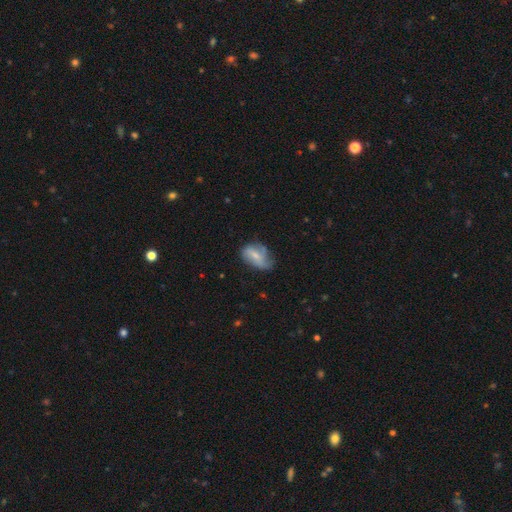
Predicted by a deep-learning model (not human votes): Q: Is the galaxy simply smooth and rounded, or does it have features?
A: smooth — 50%.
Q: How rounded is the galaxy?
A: in between — 86%.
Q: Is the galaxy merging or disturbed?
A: none — 42%.